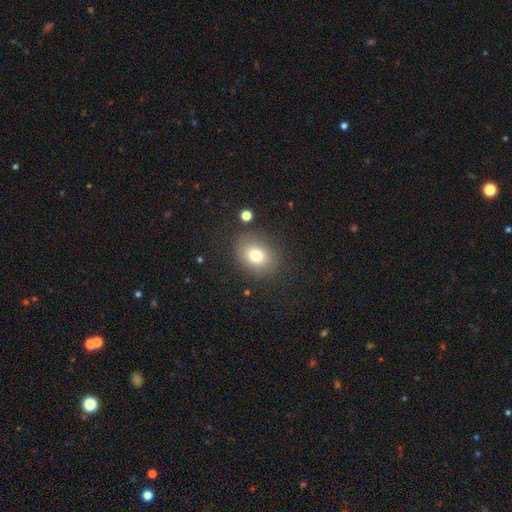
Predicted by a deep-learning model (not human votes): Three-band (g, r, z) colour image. It shows a smooth galaxy with no disk features (76%) that is round (50%). Merging: none (81%).